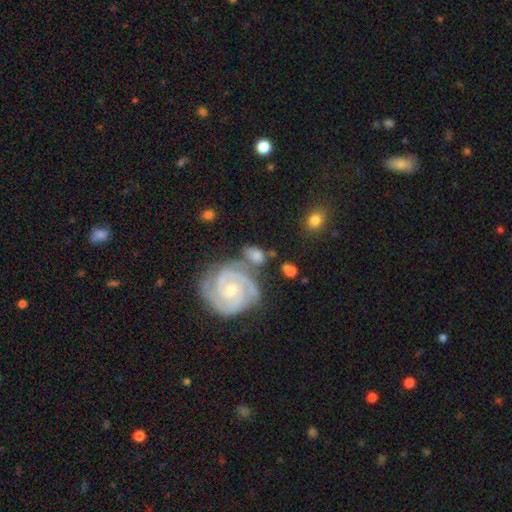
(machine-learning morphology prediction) Smooth or featured: featured or disk — 54% (smooth — 38%)
Edge-on disk: no — 96% (yes — 4%)
Bar: no — 54% (weak — 34%)
Spiral arms: yes — 91% (no — 9%)
Bulge size: small — 52% (moderate — 37%)
Merging: none — 51% (merger — 22%)